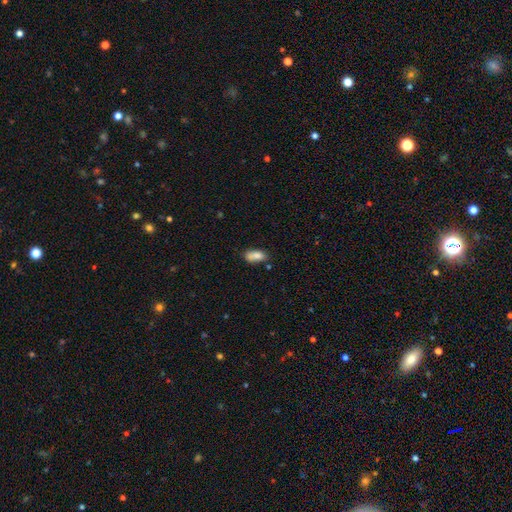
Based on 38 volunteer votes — This is likely a smooth galaxy (79%). How rounded: clearly in between (87%). Merging: likely none (60%).